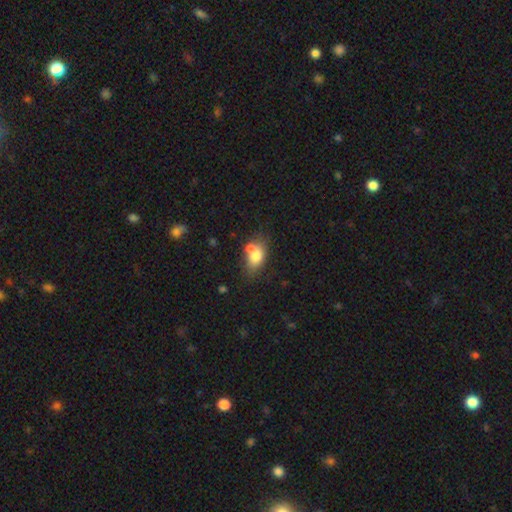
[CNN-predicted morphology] Smooth or featured?
  - smooth: 73% *
  - featured or disk: 18%
  - star or artifact: 9%
How rounded?
  - in between: 81% *
  - round: 16%
  - cigar-shaped: 3%
Merging?
  - none: 48% *
  - merger: 32%
  - minor disturbance: 15%
  - major disturbance: 5%